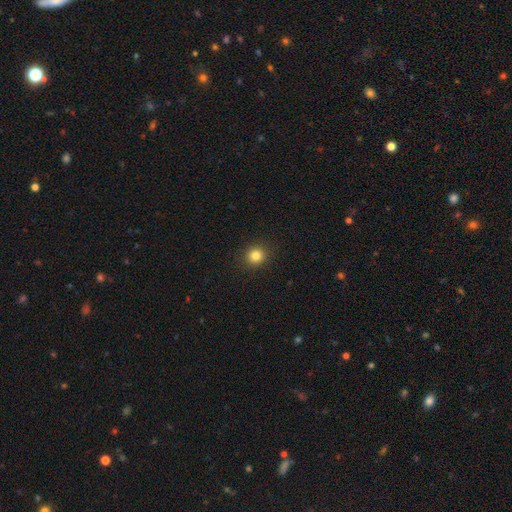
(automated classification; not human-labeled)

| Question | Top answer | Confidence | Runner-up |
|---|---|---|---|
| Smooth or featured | smooth | 82% | star or artifact (12%) |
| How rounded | round | 89% | in between (10%) |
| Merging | none | 92% | minor disturbance (6%) |